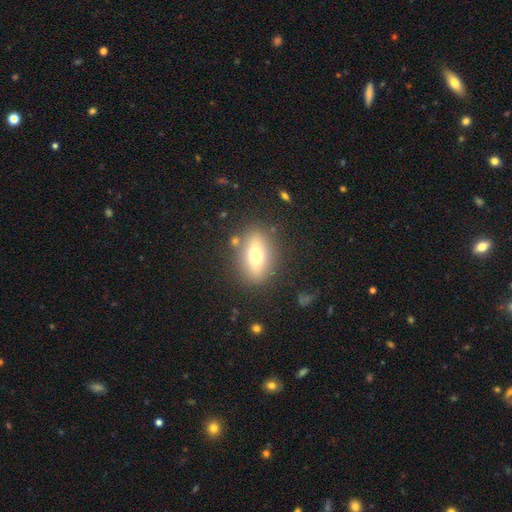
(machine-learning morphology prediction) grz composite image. It shows a smooth galaxy with no disk features (61%) that is in between round and cigar-shaped (74%). Merging: none (83%).